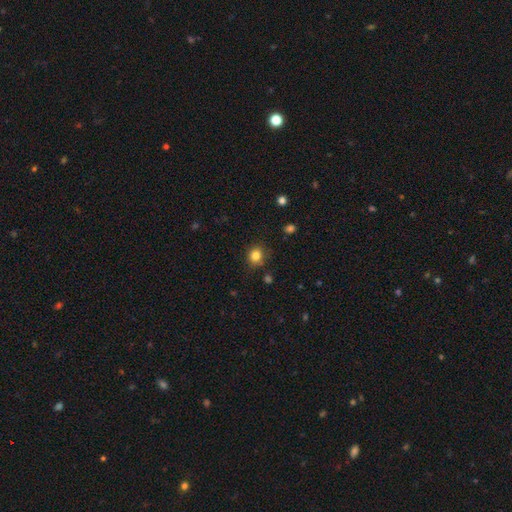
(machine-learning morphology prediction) This appears to be a smooth galaxy with no disk features (82%) that is round (79%). Merging: none (84%).